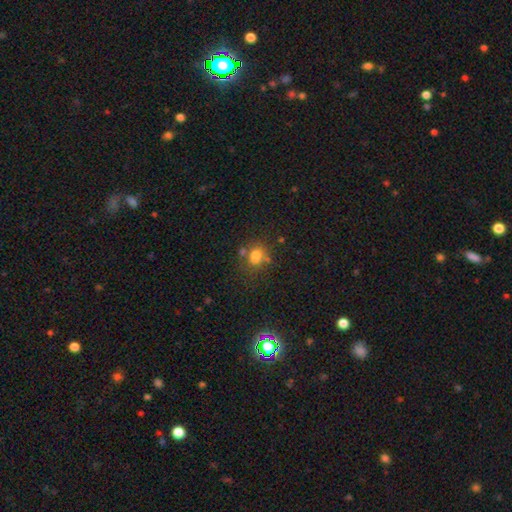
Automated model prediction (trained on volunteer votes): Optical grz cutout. It shows a smooth galaxy with no disk features (66%) that is round (58%). Merging: none (46%).